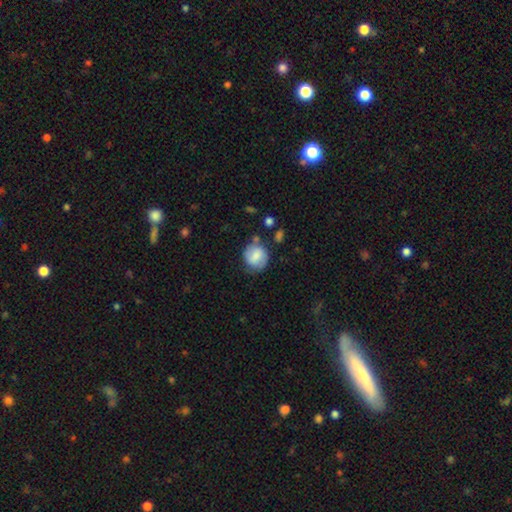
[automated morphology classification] smooth 67%, featured or disk 25%, star or artifact 8%. Down the decision tree: how rounded — round (78%); merging — none (65%).